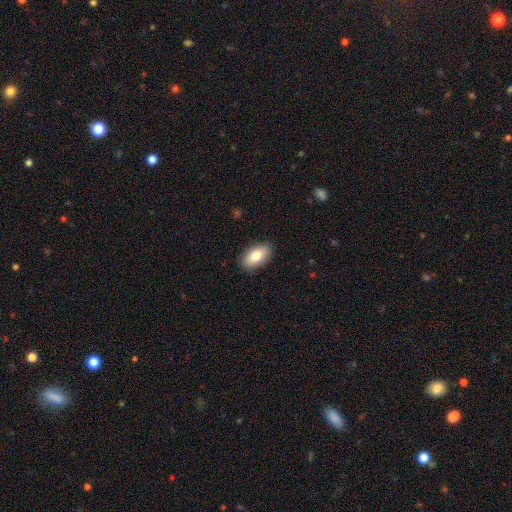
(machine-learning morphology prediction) smooth_or_featured: smooth (p=0.80) [alt: featured or disk p=0.13]
how_rounded: in between (p=0.93) [alt: round p=0.04]
merging: none (p=0.89) [alt: minor disturbance p=0.09]